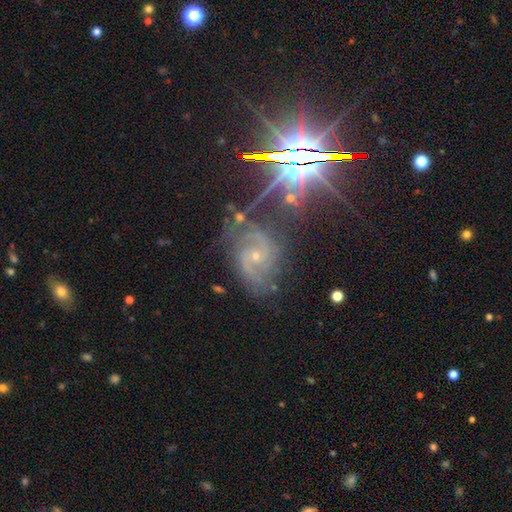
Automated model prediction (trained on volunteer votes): Q: Smooth or featured?
A: featured or disk (75%); runner-up: star or artifact (19%)
Q: Edge-on disk?
A: no (96%); runner-up: yes (4%)
Q: Bar?
A: no (59%); runner-up: weak (31%)
Q: Spiral arms?
A: yes (96%); runner-up: no (4%)
Q: Spiral winding?
A: tight (44%); runner-up: medium (43%)
Q: Spiral arm count?
A: 2 (57%); runner-up: can't tell (18%)
Q: Bulge size?
A: small (71%); runner-up: moderate (25%)
Q: Merging?
A: none (67%); runner-up: minor disturbance (20%)